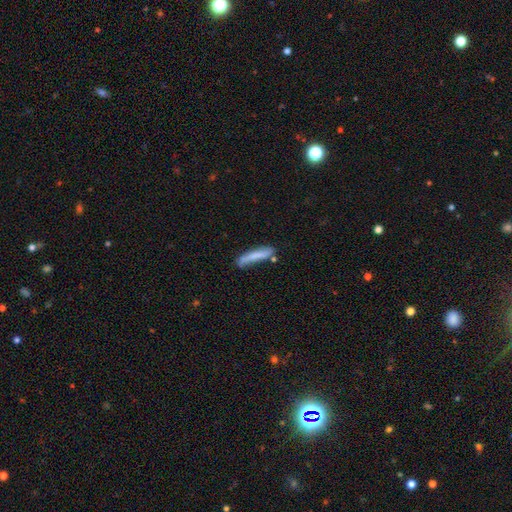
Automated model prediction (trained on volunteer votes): smooth-or-featured: smooth: 68% | featured or disk: 26% | star or artifact: 6%
  how-rounded: cigar-shaped: 91% | in between: 7% | round: 1%
  merging: none: 64% | minor disturbance: 23% | merger: 7% | major disturbance: 6%